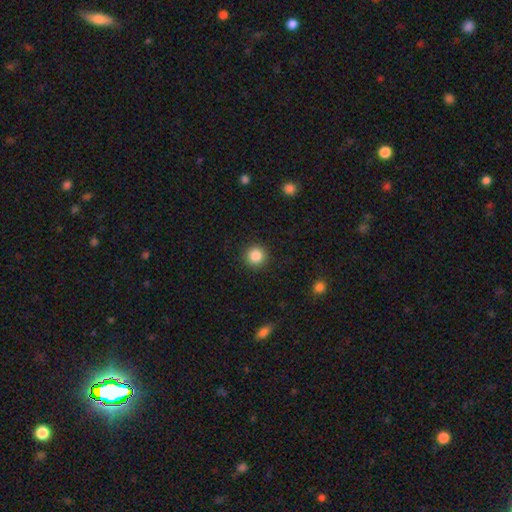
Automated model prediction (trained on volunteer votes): Smooth or featured?
  - smooth: 85% *
  - star or artifact: 10%
  - featured or disk: 5%
How rounded?
  - round: 95% *
  - in between: 4%
  - cigar-shaped: 1%
Merging?
  - none: 92% *
  - minor disturbance: 5%
  - major disturbance: 2%
  - merger: 1%